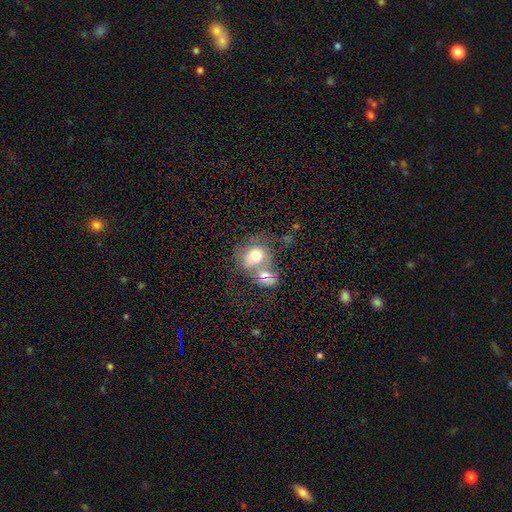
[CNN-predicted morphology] This is likely a smooth galaxy (64%). How rounded: likely round (61%). Merging: possibly merger (55%).